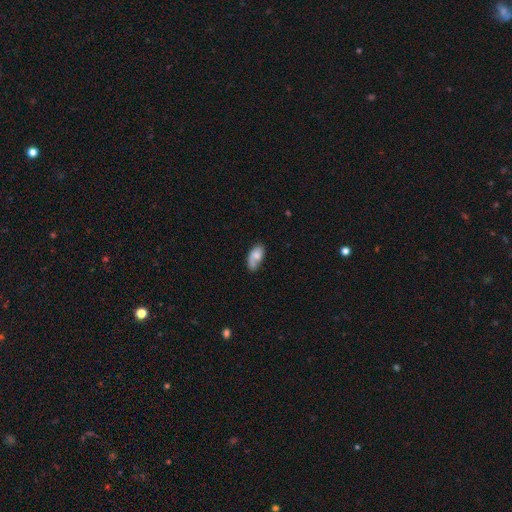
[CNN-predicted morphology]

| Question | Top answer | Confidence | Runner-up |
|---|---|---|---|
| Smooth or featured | smooth | 65% | featured or disk (28%) |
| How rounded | in between | 91% | cigar-shaped (5%) |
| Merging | none | 50% | minor disturbance (29%) |